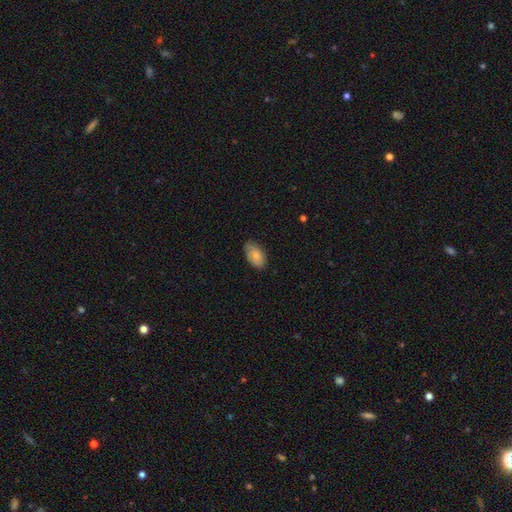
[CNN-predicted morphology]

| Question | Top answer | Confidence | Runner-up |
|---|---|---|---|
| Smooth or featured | smooth | 82% | featured or disk (11%) |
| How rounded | in between | 94% | round (5%) |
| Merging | none | 76% | minor disturbance (19%) |